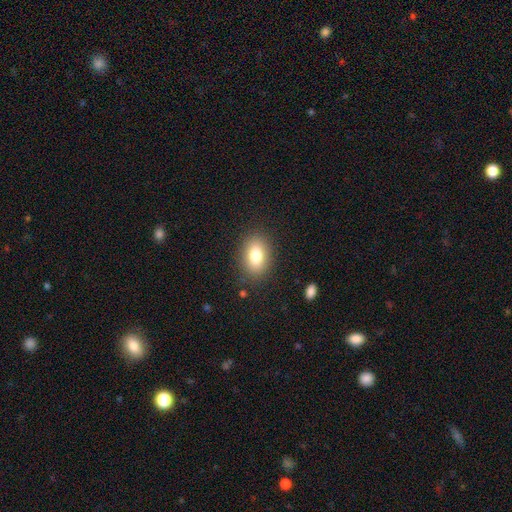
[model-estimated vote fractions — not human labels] This appears to be a smooth galaxy with no disk features (80%) that is in between round and cigar-shaped (80%). Merging: none (85%).